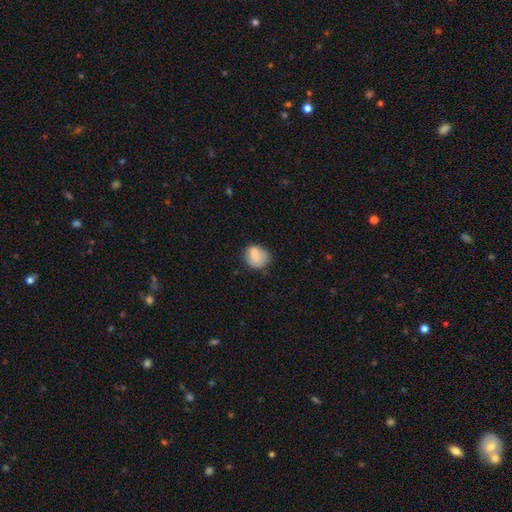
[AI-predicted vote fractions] Smooth or featured? Predicted: smooth (p=0.83). How rounded? Predicted: round (p=0.66). Merging? Predicted: none (p=0.63).